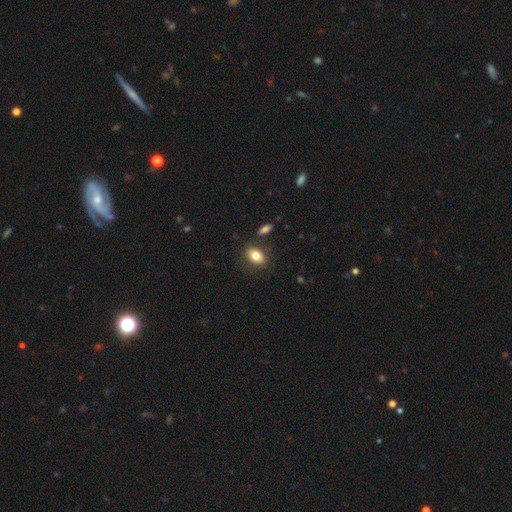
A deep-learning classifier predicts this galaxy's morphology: Q: Smooth or featured?
A: smooth (83%); runner-up: featured or disk (9%)
Q: How rounded?
A: in between (81%); runner-up: round (17%)
Q: Merging?
A: none (82%); runner-up: minor disturbance (11%)